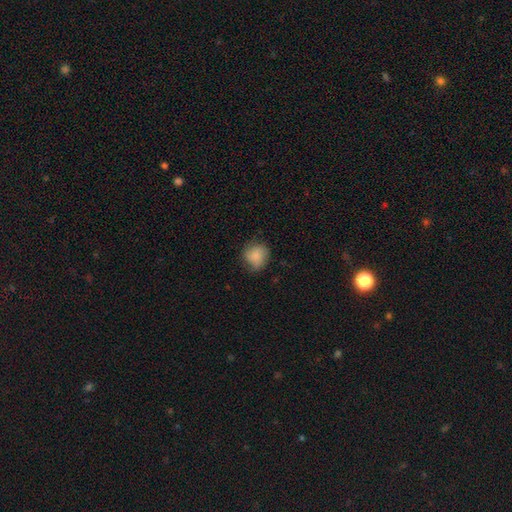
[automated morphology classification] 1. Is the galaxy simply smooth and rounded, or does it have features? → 81% smooth, 11% featured or disk, 7% star or artifact.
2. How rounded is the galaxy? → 79% round, 20% in between, 1% cigar-shaped.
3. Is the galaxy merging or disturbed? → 67% none, 25% minor disturbance, 7% major disturbance, 1% merger.